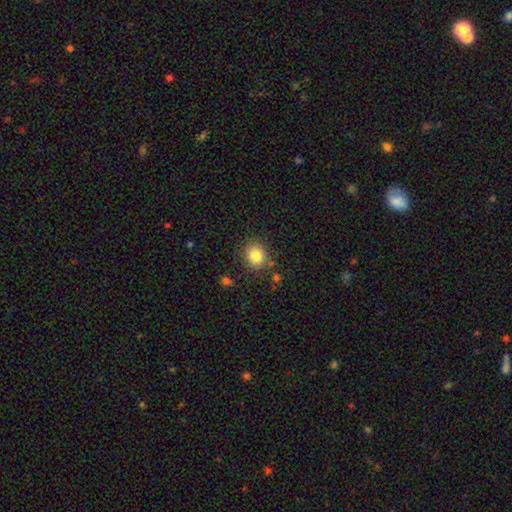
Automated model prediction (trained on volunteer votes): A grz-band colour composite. It shows a smooth galaxy with no disk features (83%) that is round (73%). Merging: none (83%).